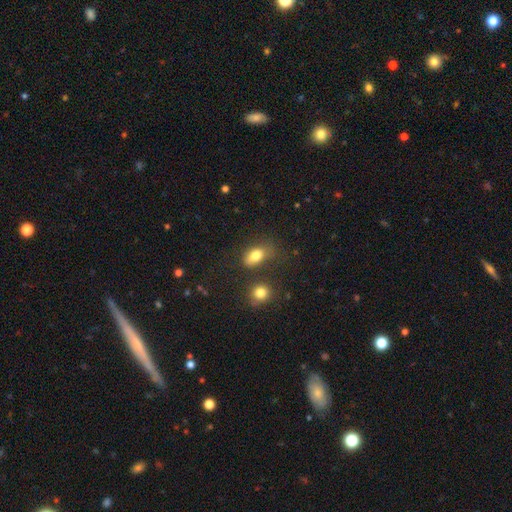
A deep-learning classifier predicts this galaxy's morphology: Smooth or featured? smooth (80%)
How rounded? in between (84%)
Merging? none (58%)